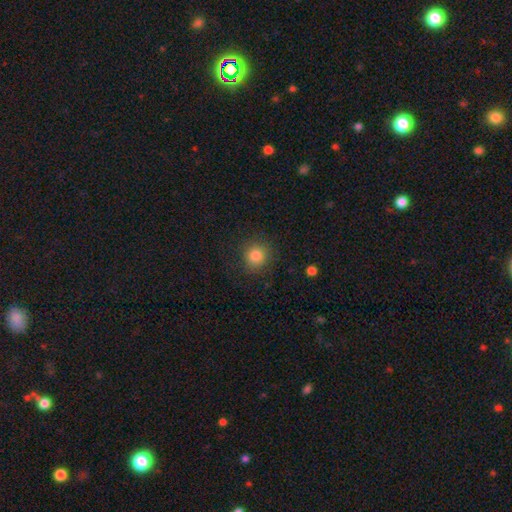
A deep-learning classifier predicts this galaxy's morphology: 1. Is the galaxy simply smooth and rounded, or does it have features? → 83% smooth, 12% star or artifact, 5% featured or disk.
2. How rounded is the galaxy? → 90% round, 9% in between, 1% cigar-shaped.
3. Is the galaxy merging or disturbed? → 86% none, 9% minor disturbance, 4% major disturbance, 1% merger.